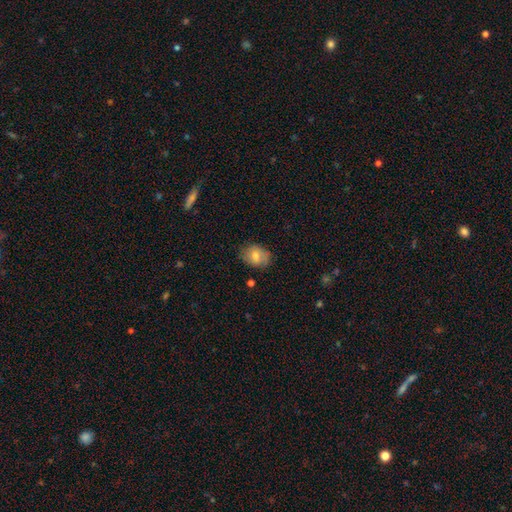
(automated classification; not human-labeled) Morphology: type=smooth (71%); roundness=in between (60%); merging=none (76%).